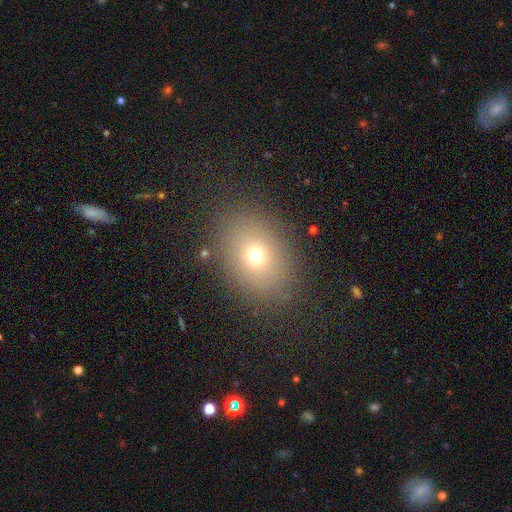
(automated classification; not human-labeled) Smooth or featured?
  - smooth: 69% *
  - star or artifact: 18%
  - featured or disk: 13%
How rounded?
  - in between: 58% *
  - round: 41%
  - cigar-shaped: 1%
Merging?
  - none: 84% *
  - minor disturbance: 9%
  - major disturbance: 5%
  - merger: 2%